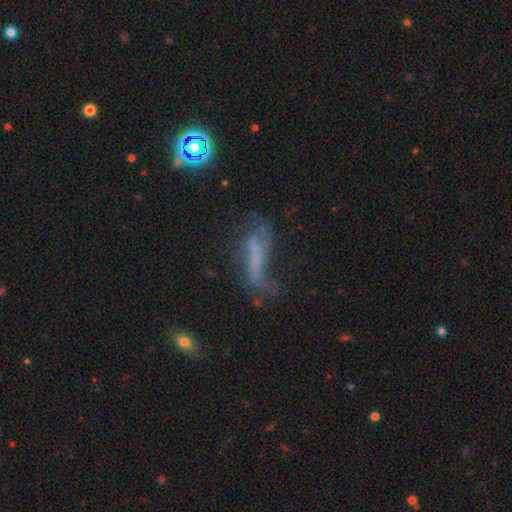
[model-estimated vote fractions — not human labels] featured or disk 45%, smooth 36%, star or artifact 19%. Down the decision tree: merging — major disturbance (36%).